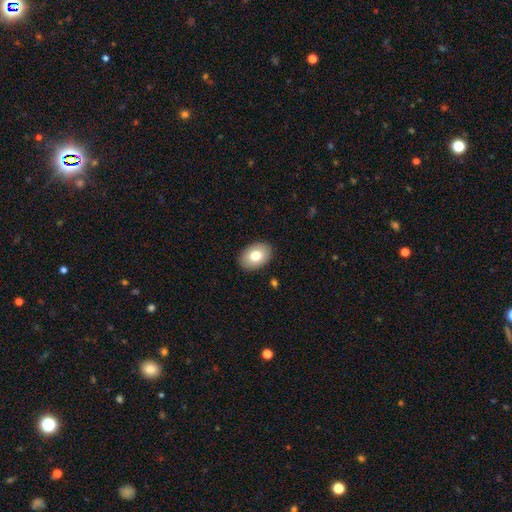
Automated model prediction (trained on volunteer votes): Smooth or featured? Predicted: smooth (p=0.77). How rounded? Predicted: in between (p=0.82). Merging? Predicted: none (p=0.89).